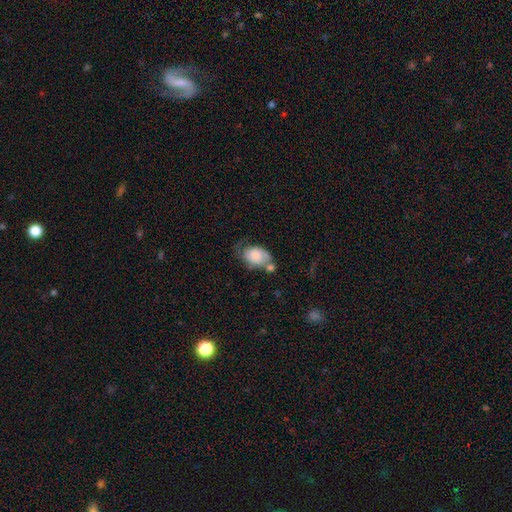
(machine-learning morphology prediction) Q: Smooth or featured?
A: smooth (65%); runner-up: featured or disk (27%)
Q: How rounded?
A: in between (82%); runner-up: round (17%)
Q: Merging?
A: none (30%); runner-up: minor disturbance (27%)